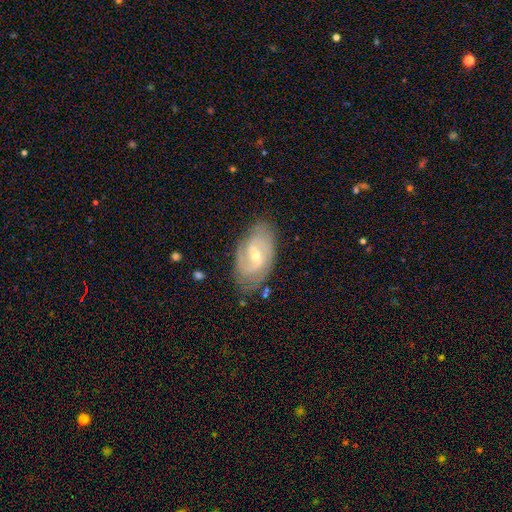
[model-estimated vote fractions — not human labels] A featured or disk galaxy (79%) with a weak bar (55%), 2 (64%) medium (43%) spiral arms (91%) and a small central bulge (55%). Merging: none (75%).